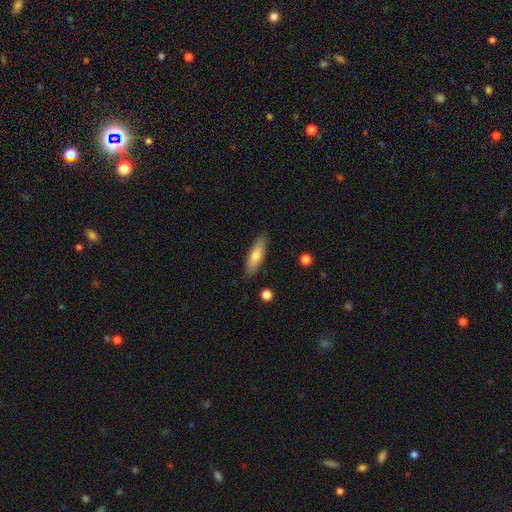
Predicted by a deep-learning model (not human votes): smooth_or_featured: smooth (p=0.69) [alt: featured or disk p=0.25]
how_rounded: cigar-shaped (p=0.51) [alt: in between p=0.46]
merging: none (p=0.87) [alt: minor disturbance p=0.10]